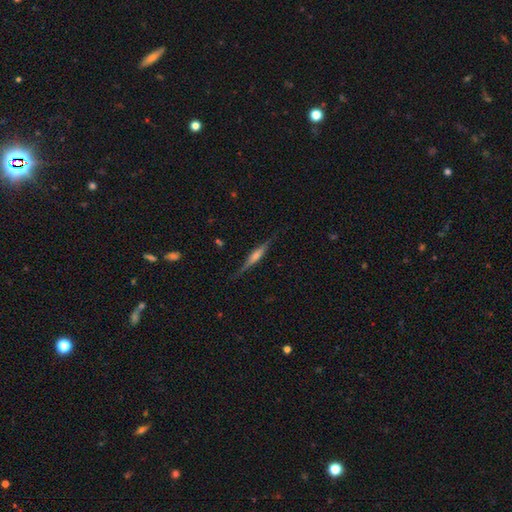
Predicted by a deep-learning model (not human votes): featured or disk 72%, smooth 21%, star or artifact 7%. Down the decision tree: edge-on disk — yes (97%); edge-on bulge — rounded (66%); merging — none (84%).